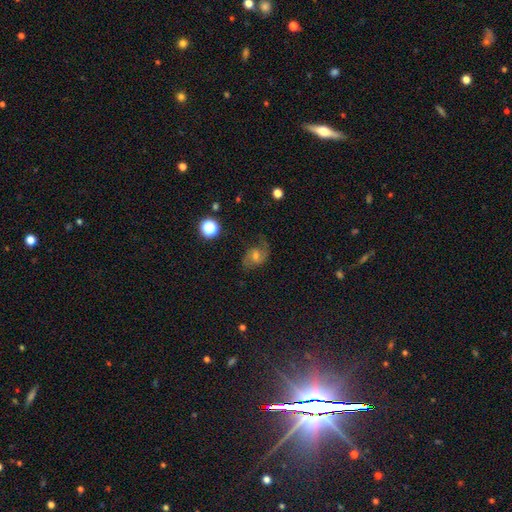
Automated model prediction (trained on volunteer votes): A featured or disk galaxy (67%) with no bar (54%), 2 (82%) medium (47%) spiral arms (91%) and a moderate central bulge (58%). Merging: none (67%).